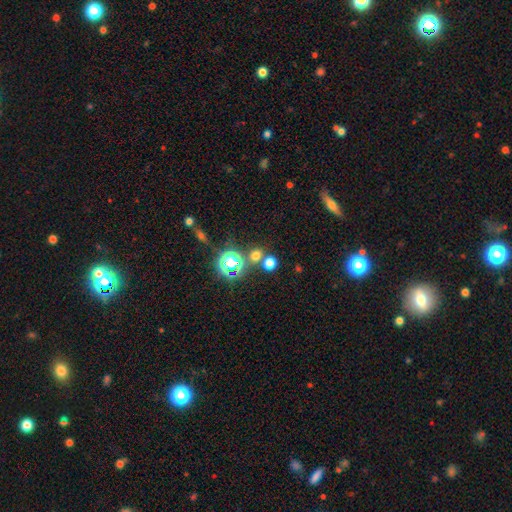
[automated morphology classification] smooth_or_featured: smooth (p=0.60) [alt: star or artifact p=0.33]
how_rounded: round (p=0.82) [alt: in between p=0.17]
merging: none (p=0.72) [alt: merger p=0.18]